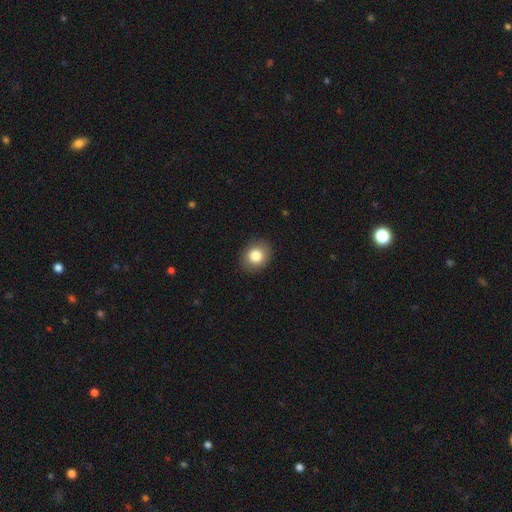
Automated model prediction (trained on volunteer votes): Smooth or featured? smooth (83%)
How rounded? round (69%)
Merging? none (88%)